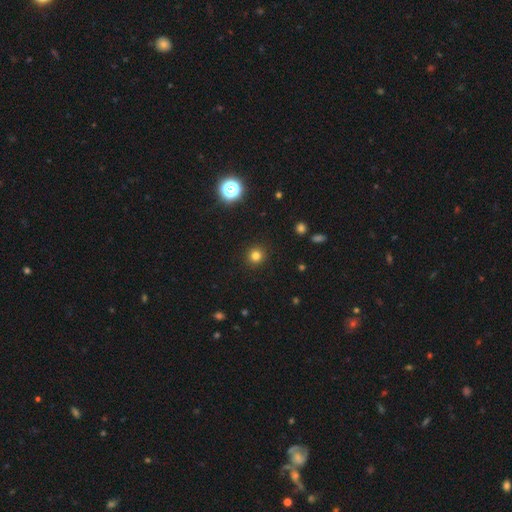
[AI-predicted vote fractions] Overall: smooth (80%). How rounded: round (94%). Merging: none (92%).